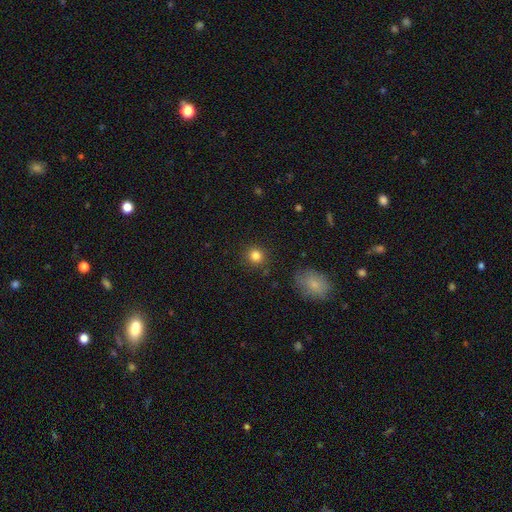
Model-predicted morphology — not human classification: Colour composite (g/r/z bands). It shows a smooth galaxy with no disk features (83%) that is round (91%). Merging: none (89%).